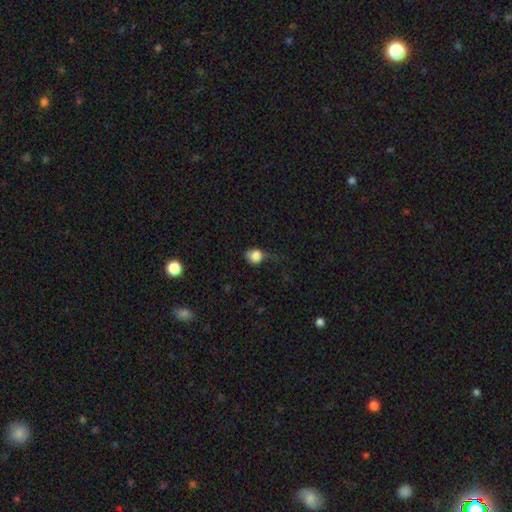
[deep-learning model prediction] Smooth or featured?
  - smooth: 81% *
  - star or artifact: 10%
  - featured or disk: 9%
How rounded?
  - round: 70% *
  - in between: 28%
  - cigar-shaped: 1%
Merging?
  - minor disturbance: 35% *
  - none: 34%
  - major disturbance: 28%
  - merger: 3%